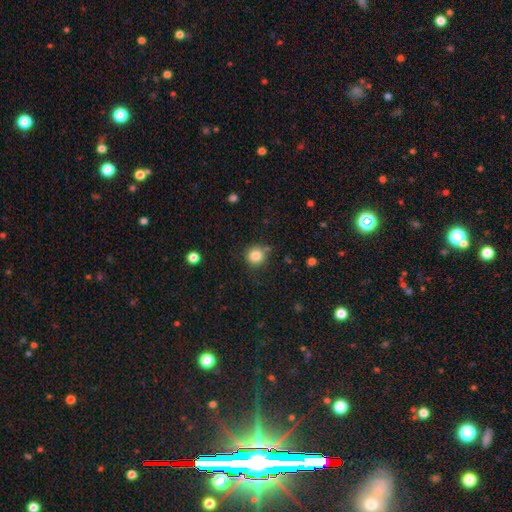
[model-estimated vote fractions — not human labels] This appears to be a smooth galaxy with no disk features (83%) that is round (91%). Merging: none (78%).